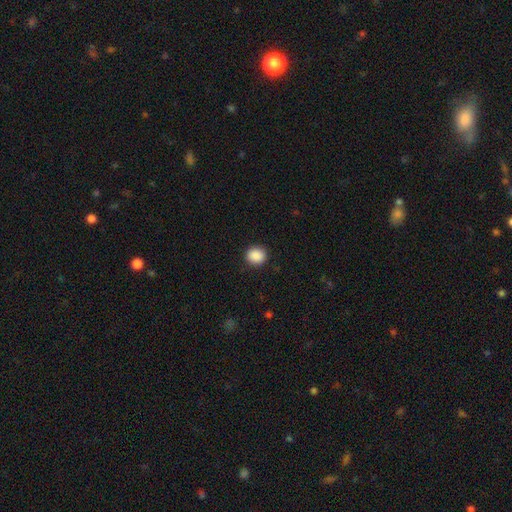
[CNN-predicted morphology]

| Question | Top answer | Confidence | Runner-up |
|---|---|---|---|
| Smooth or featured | smooth | 89% | star or artifact (8%) |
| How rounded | round | 78% | in between (21%) |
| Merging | none | 90% | minor disturbance (7%) |